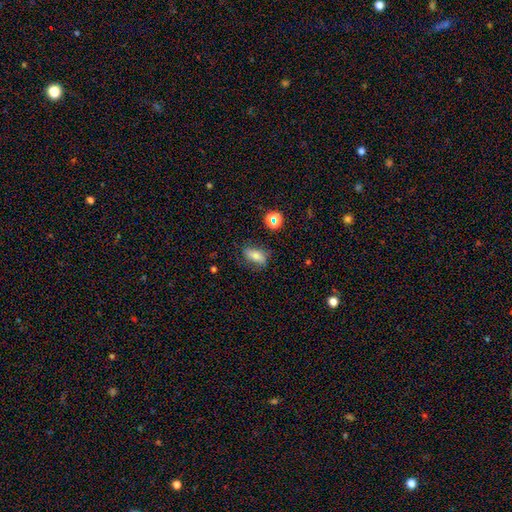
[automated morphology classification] smooth-or-featured: smooth: 65% | featured or disk: 22% | star or artifact: 13%
  how-rounded: in between: 79% | cigar-shaped: 13% | round: 8%
  merging: none: 71% | minor disturbance: 20% | major disturbance: 6% | merger: 2%